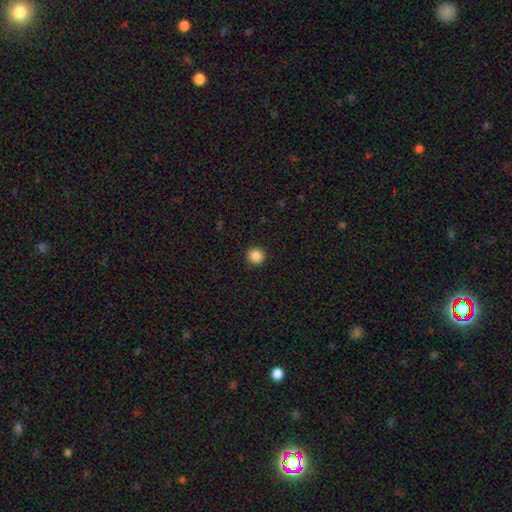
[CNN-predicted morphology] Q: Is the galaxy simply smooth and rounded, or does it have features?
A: smooth — 87%.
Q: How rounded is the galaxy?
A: round — 94%.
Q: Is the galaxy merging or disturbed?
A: none — 93%.